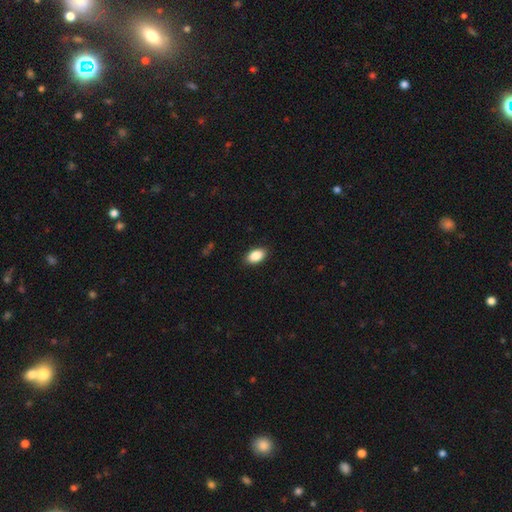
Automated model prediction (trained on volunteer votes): Smooth or featured? Predicted: smooth (p=0.88). How rounded? Predicted: in between (p=0.93). Merging? Predicted: none (p=0.89).